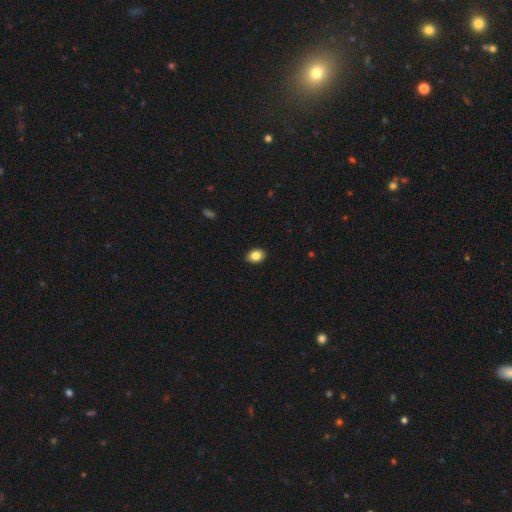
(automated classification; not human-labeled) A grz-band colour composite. It shows a smooth galaxy with no disk features (85%) that is in between round and cigar-shaped (72%). Merging: none (91%).